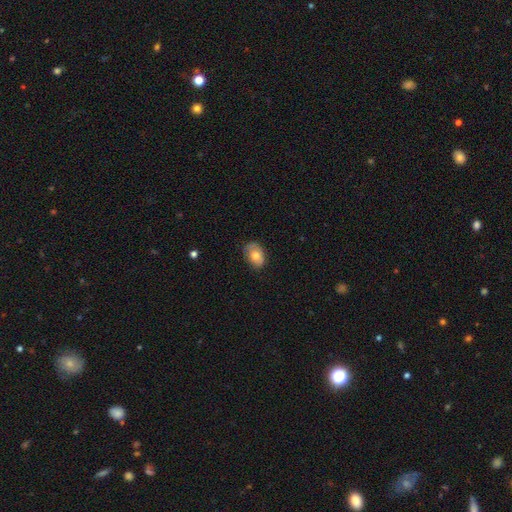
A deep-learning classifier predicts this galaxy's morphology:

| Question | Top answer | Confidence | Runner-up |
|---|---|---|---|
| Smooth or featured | smooth | 70% | featured or disk (23%) |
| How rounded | in between | 82% | round (17%) |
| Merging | none | 70% | minor disturbance (23%) |